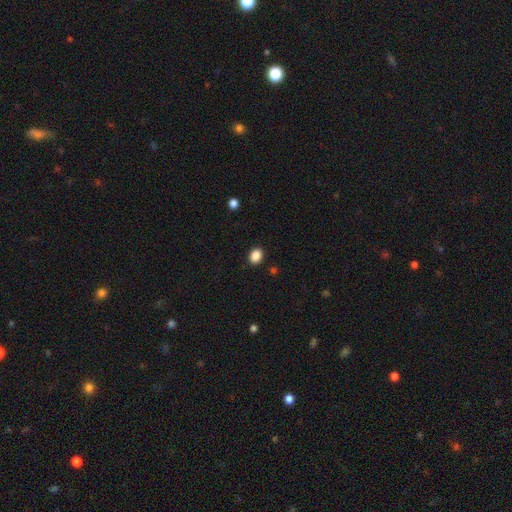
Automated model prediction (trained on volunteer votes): This is clearly a smooth galaxy (87%). How rounded: possibly in between (55%). Merging: clearly none (89%).